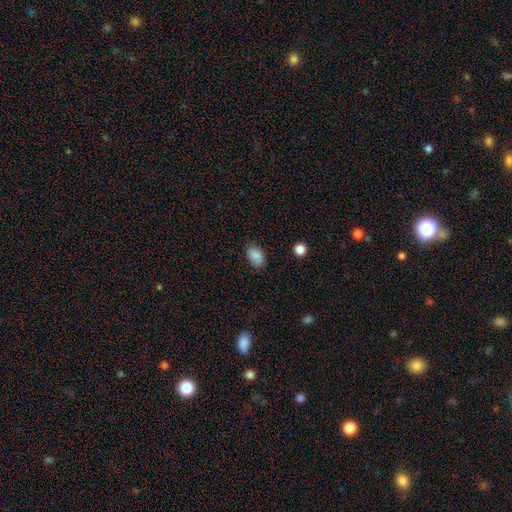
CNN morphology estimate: smooth-or-featured: smooth: 84% | star or artifact: 9% | featured or disk: 7%
  how-rounded: in between: 84% | round: 15% | cigar-shaped: 1%
  merging: none: 73% | minor disturbance: 21% | major disturbance: 4% | merger: 2%